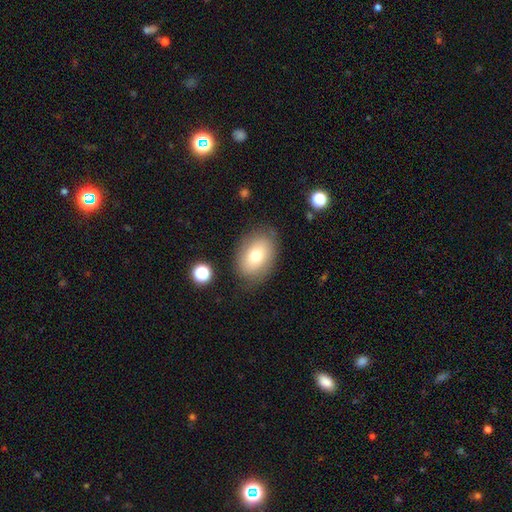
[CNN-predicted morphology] A smooth galaxy with no disk features (73%) that is in between round and cigar-shaped (81%). Merging: none (79%).